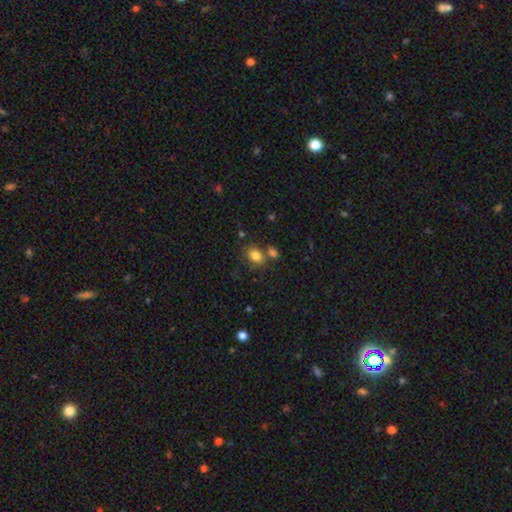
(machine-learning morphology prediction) The model was most divided on "how rounded": in between: 66%, round: 33%, cigar-shaped: 1%. More confident: smooth or featured — smooth (82%); merging — none (60%).